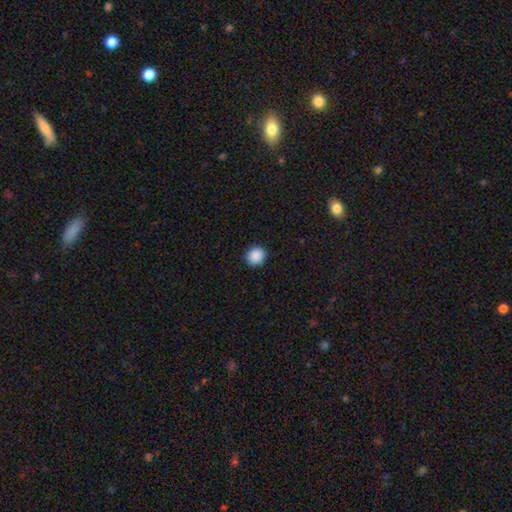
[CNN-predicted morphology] type=smooth (89%); roundness=round (88%); merging=none (92%).